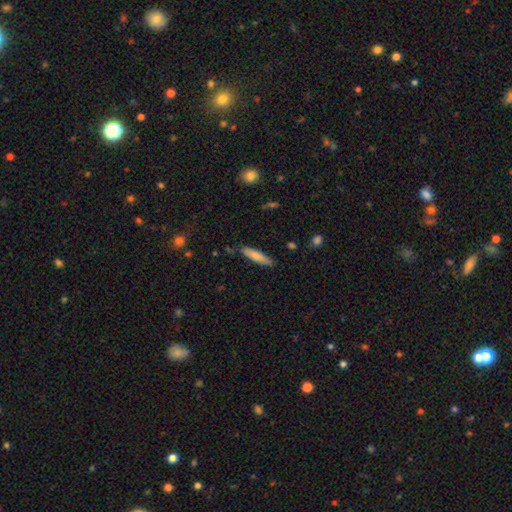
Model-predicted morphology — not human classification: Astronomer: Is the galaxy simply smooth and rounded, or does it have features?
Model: smooth — 78%.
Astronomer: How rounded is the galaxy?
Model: cigar-shaped — 83%.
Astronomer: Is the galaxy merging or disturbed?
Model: none — 84%.